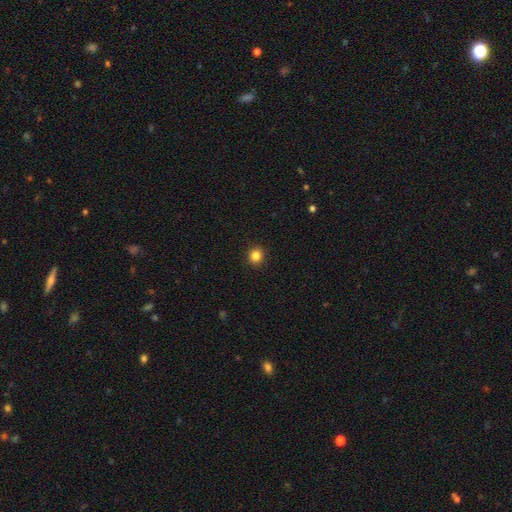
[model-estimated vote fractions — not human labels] This appears to be a smooth galaxy with no disk features (85%) that is round (85%). Merging: none (92%).